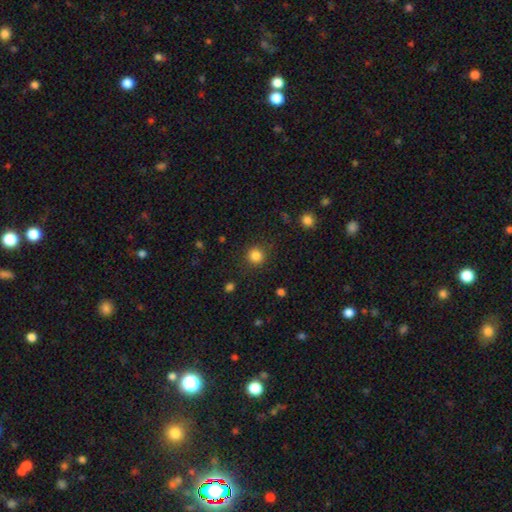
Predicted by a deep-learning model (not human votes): Smooth or featured: smooth — 84% (star or artifact — 12%)
How rounded: round — 93% (in between — 6%)
Merging: none — 88% (minor disturbance — 7%)